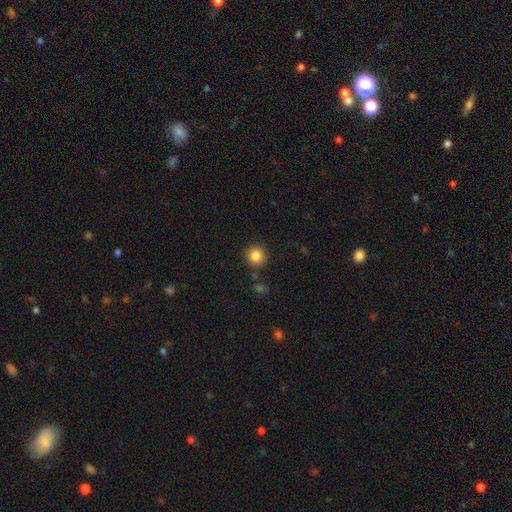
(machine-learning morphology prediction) This is clearly a smooth galaxy (85%). How rounded: clearly round (93%). Merging: clearly none (88%).